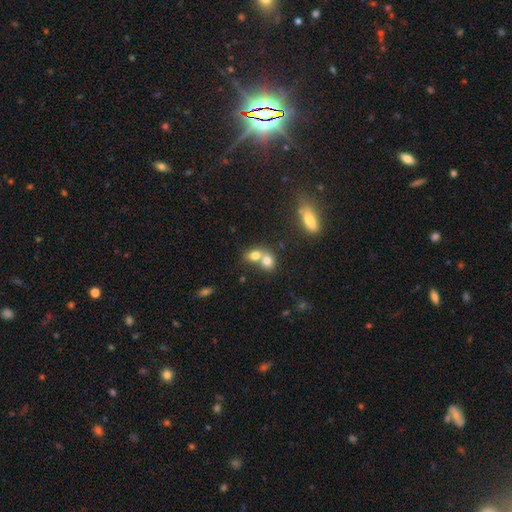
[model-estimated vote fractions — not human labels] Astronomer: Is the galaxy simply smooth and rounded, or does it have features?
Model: smooth — 74%.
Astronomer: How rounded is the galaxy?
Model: in between — 52% (runner-up: round, 46%).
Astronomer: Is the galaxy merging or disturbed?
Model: merger — 66%.